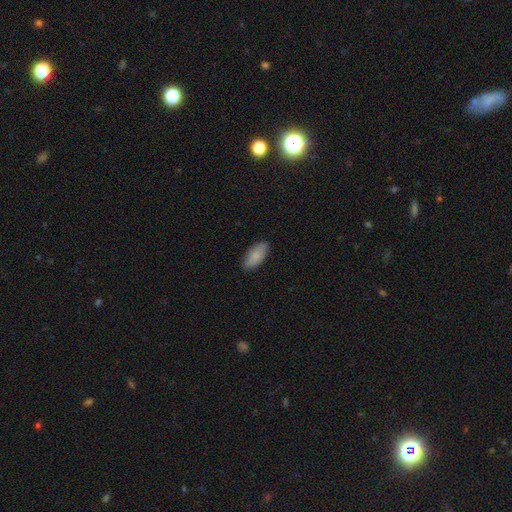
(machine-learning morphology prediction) type=smooth (85%); roundness=in between (91%); merging=none (84%).